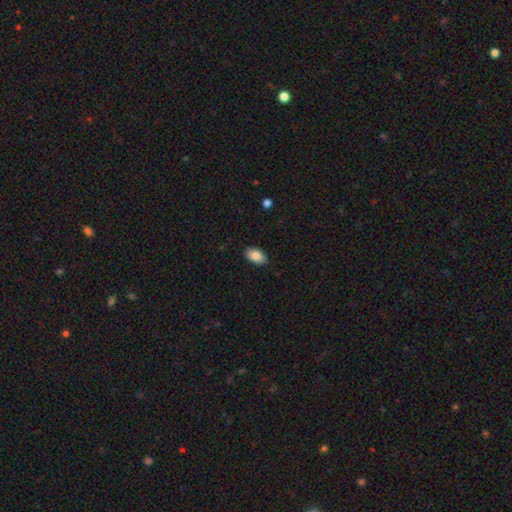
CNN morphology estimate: The model was most divided on "smooth or featured": smooth: 84%, featured or disk: 9%, star or artifact: 7%. More confident: how rounded — in between (93%); merging — none (88%).